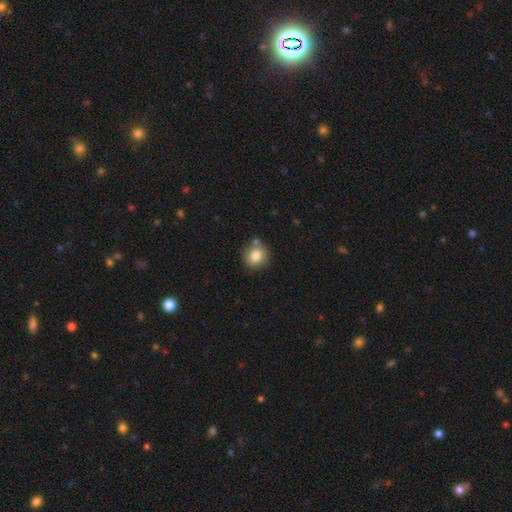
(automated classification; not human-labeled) This is clearly a smooth galaxy (82%). How rounded: clearly round (88%). Merging: likely none (74%).